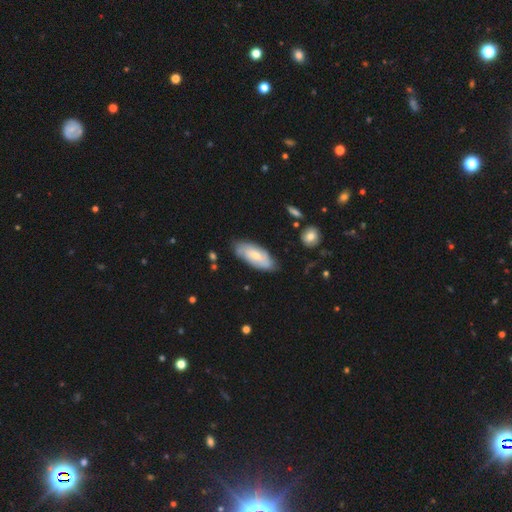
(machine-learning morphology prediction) A featured or disk galaxy (49%). Merging: none (74%).